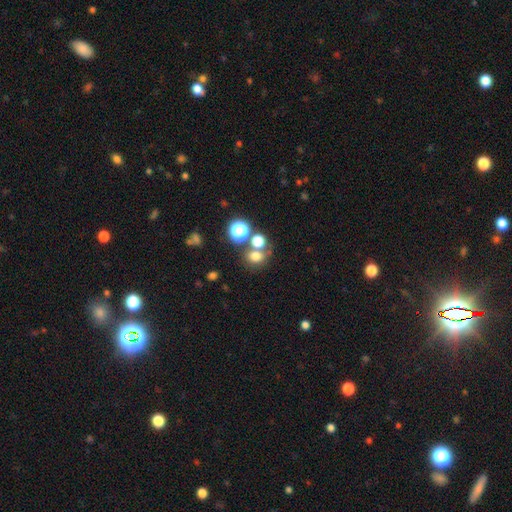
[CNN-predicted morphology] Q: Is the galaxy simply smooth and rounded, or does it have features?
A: smooth — 69%.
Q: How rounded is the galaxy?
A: round — 69%.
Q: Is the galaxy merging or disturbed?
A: none — 57%.